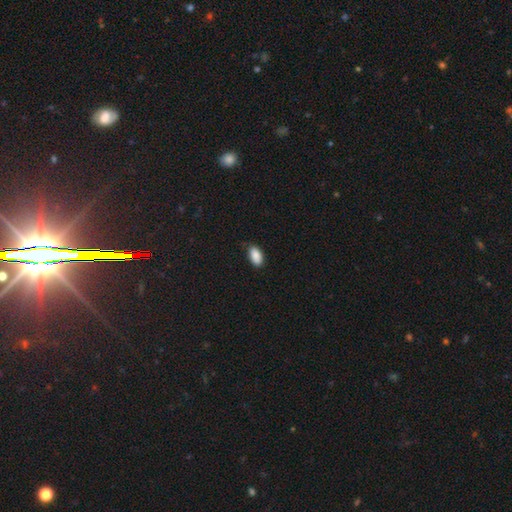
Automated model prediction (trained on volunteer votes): Morphology: type=smooth (89%); roundness=in between (94%); merging=none (77%).